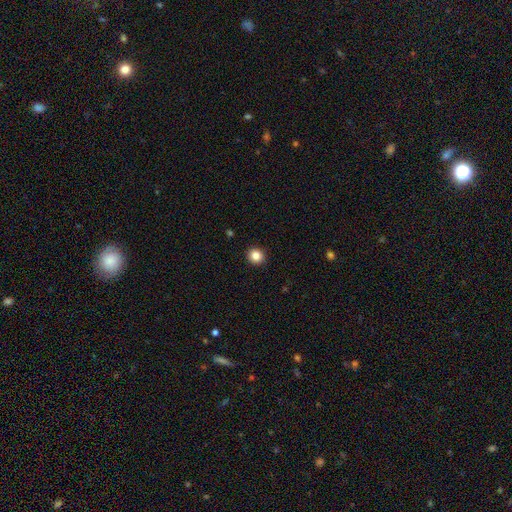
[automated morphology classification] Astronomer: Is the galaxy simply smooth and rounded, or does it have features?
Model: smooth — 85%.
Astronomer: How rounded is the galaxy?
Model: round — 89%.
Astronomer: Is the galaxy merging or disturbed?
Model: none — 93%.